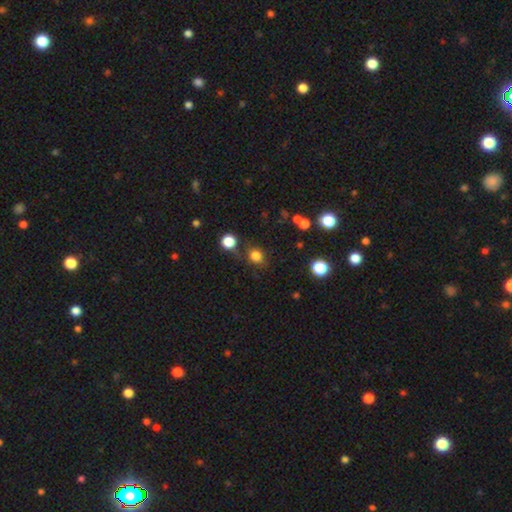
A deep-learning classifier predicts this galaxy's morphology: Smooth or featured? Predicted: smooth (p=0.80). How rounded? Predicted: round (p=0.79). Merging? Predicted: none (p=0.75).